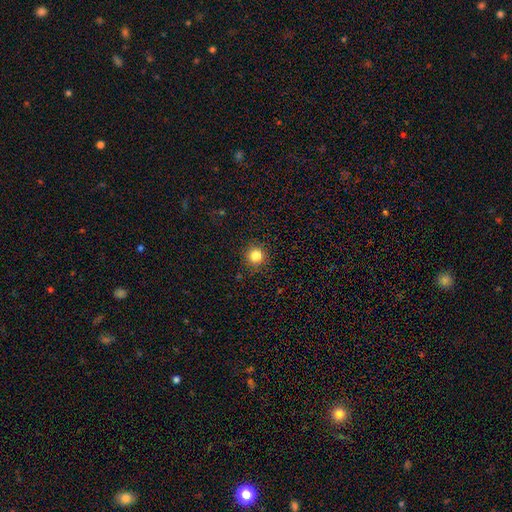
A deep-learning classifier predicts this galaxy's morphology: smooth_or_featured: smooth (p=0.83) [alt: star or artifact p=0.12]
how_rounded: round (p=0.95) [alt: in between p=0.04]
merging: none (p=0.91) [alt: minor disturbance p=0.06]